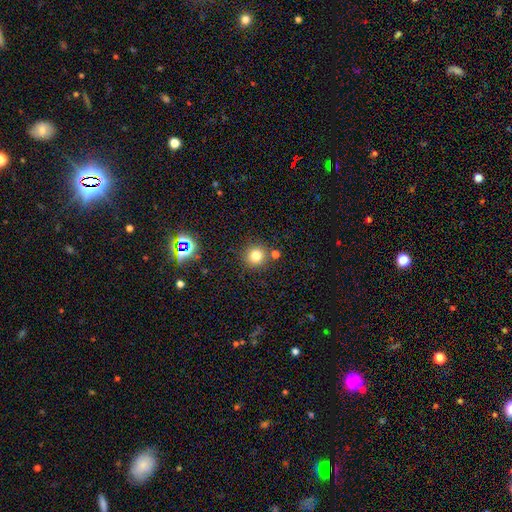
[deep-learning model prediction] The model was most divided on "smooth or featured": smooth: 77%, star or artifact: 16%, featured or disk: 7%. More confident: how rounded — round (94%); merging — none (82%).